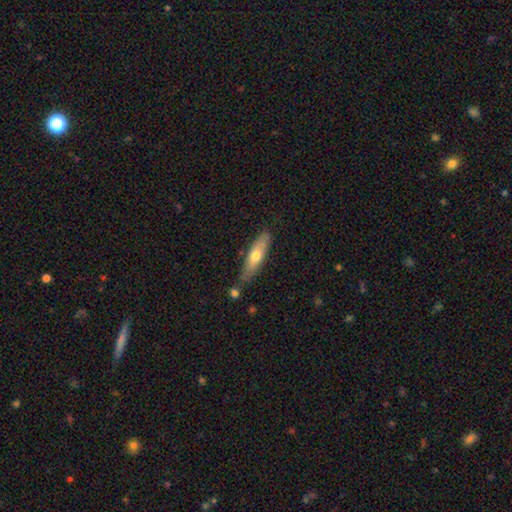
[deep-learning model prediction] A smooth galaxy with no disk features (60%) that is cigar-shaped (65%). Merging: none (72%).